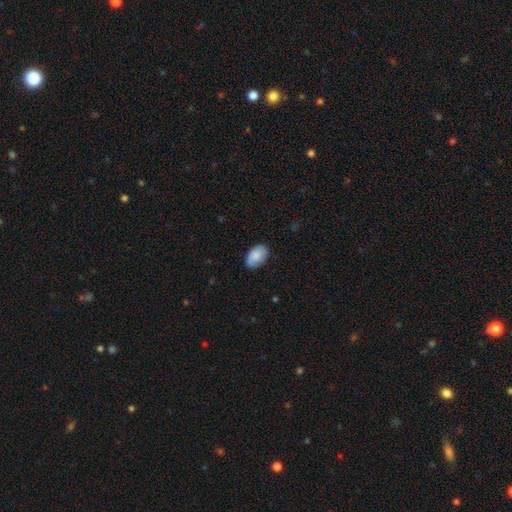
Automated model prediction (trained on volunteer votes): A smooth galaxy with no disk features (86%) that is in between round and cigar-shaped (93%). Merging: none (84%).